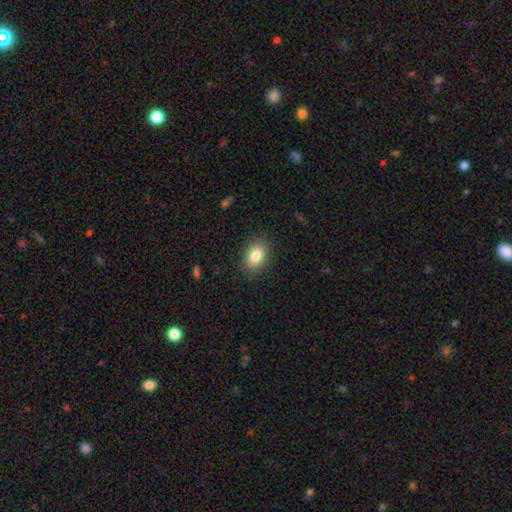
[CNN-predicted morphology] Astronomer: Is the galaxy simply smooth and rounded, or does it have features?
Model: smooth — 83%.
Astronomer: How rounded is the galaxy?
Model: in between — 80%.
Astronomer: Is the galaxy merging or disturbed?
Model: none — 87%.